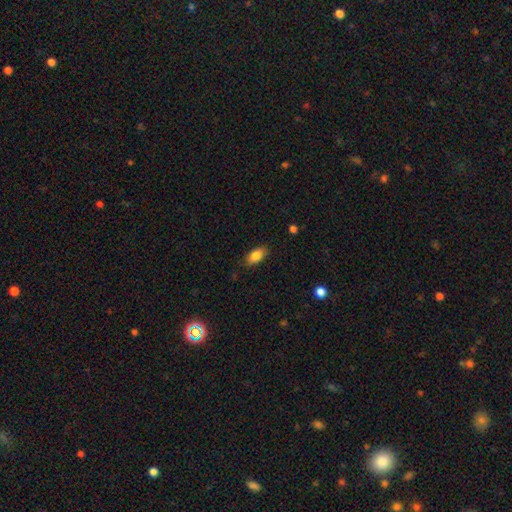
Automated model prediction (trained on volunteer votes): Morphology: type=smooth (84%); roundness=in between (89%); merging=none (83%).